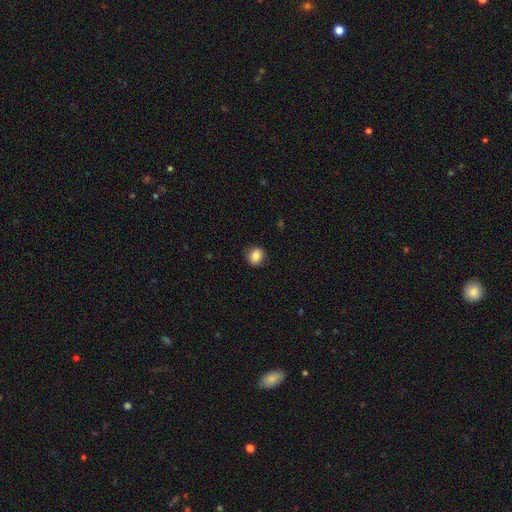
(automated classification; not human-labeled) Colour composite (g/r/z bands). It shows a smooth galaxy with no disk features (85%) that is round (84%). Merging: none (88%).